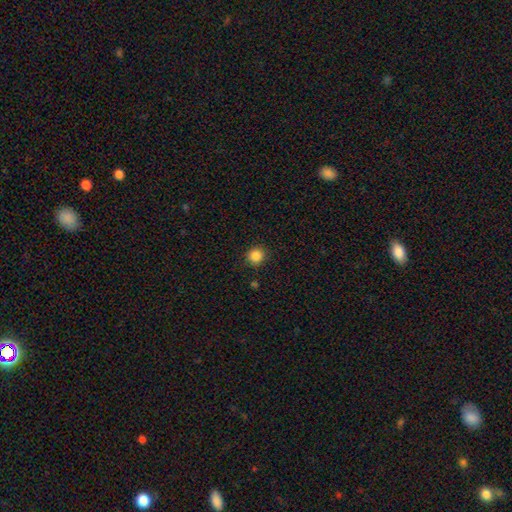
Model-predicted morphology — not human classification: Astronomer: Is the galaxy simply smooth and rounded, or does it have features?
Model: smooth — 86%.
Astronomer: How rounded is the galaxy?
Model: round — 92%.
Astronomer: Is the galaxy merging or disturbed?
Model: none — 89%.